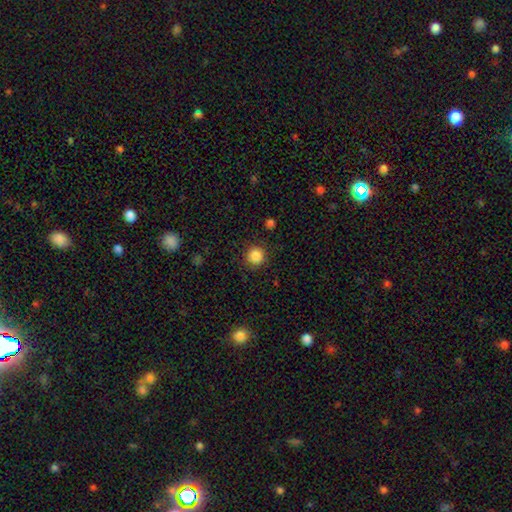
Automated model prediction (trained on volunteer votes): smooth 86%, star or artifact 10%, featured or disk 3%. Down the decision tree: how rounded — round (94%); merging — none (89%).